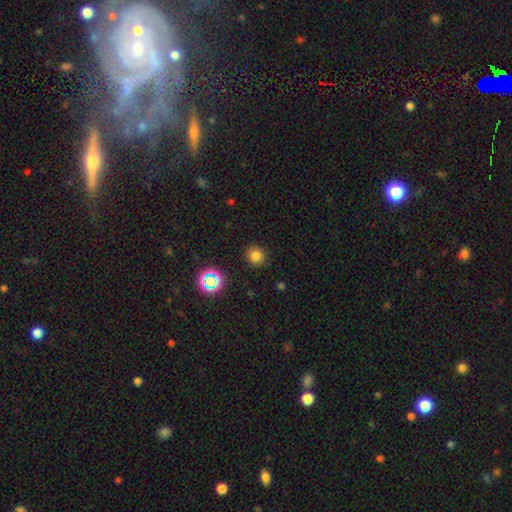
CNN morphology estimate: smooth 77%, star or artifact 18%, featured or disk 5%. Down the decision tree: how rounded — round (91%); merging — none (88%).